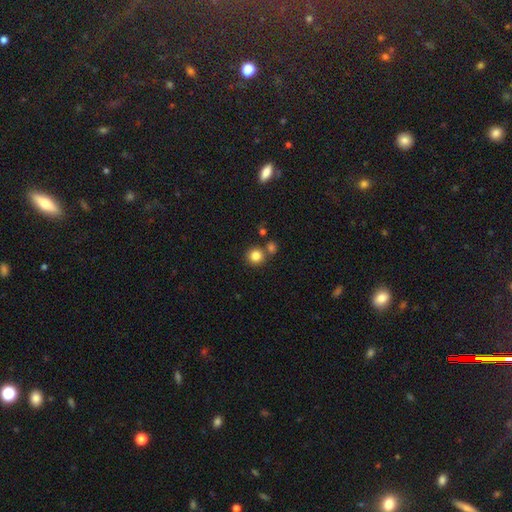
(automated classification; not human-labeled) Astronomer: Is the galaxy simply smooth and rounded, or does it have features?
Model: smooth — 83%.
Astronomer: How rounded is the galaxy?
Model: round — 92%.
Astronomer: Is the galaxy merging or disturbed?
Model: none — 73%.